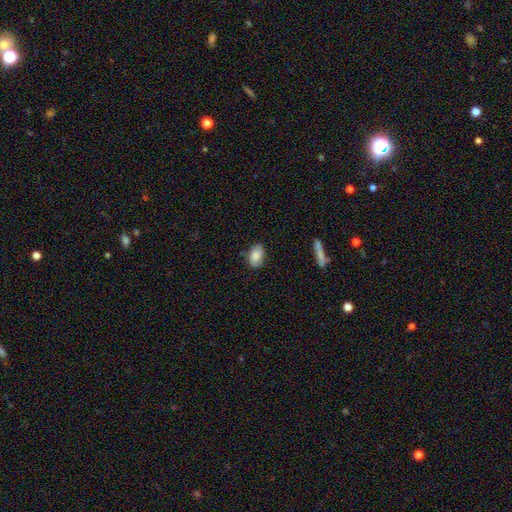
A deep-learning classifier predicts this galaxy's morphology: The model was most divided on "merging": none: 75%, minor disturbance: 20%, major disturbance: 4%, merger: 2%. More confident: how rounded — in between (86%); smooth or featured — smooth (80%).